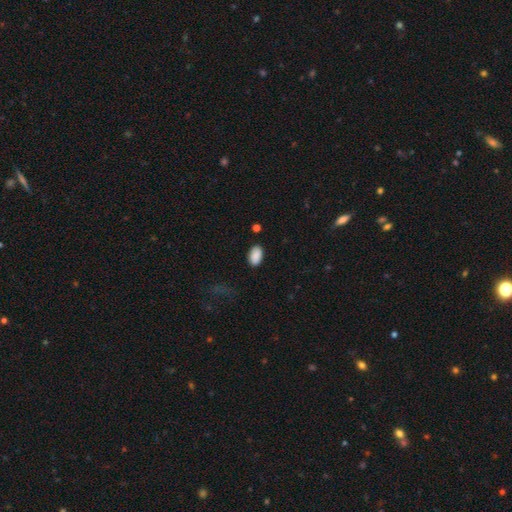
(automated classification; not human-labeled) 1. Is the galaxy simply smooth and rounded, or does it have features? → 89% smooth, 7% star or artifact, 4% featured or disk.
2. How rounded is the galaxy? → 93% in between, 5% round, 1% cigar-shaped.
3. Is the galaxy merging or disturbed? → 85% none, 10% minor disturbance, 3% major disturbance, 2% merger.